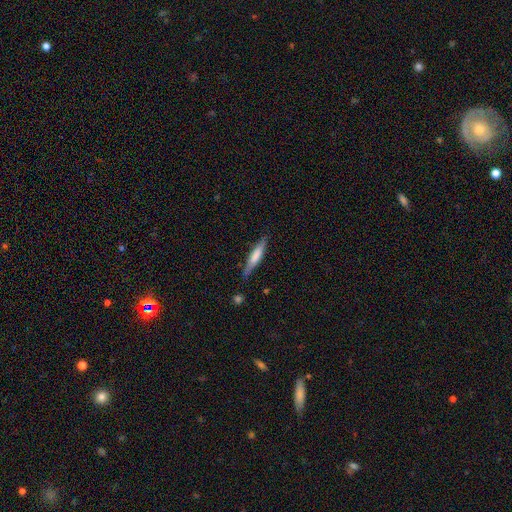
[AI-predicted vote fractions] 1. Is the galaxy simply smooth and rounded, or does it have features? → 60% smooth, 34% featured or disk, 6% star or artifact.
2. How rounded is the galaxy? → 88% cigar-shaped, 10% in between, 1% round.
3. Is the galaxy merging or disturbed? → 84% none, 12% minor disturbance, 2% major disturbance, 2% merger.